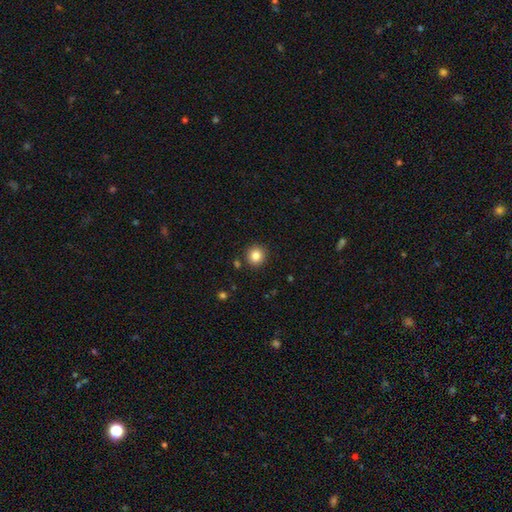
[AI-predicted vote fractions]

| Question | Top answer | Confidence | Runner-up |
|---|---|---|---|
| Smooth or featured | smooth | 85% | star or artifact (10%) |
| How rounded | round | 92% | in between (7%) |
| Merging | none | 89% | minor disturbance (6%) |